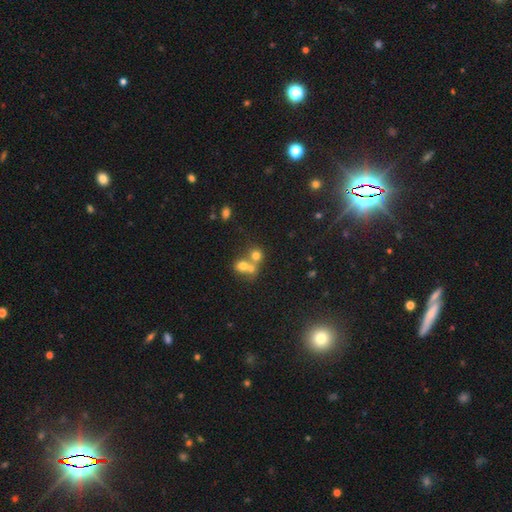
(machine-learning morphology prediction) Smooth or featured? Predicted: smooth (p=0.66). How rounded? Predicted: round (p=0.80). Merging? Predicted: merger (p=0.57).